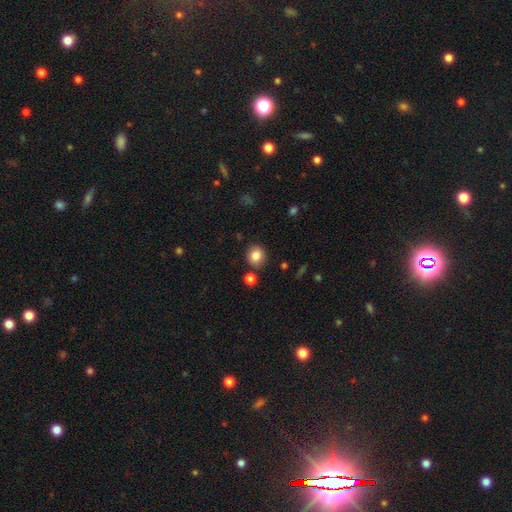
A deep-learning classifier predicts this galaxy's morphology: Smooth or featured?
  - smooth: 84% *
  - star or artifact: 10%
  - featured or disk: 6%
How rounded?
  - round: 82% *
  - in between: 17%
  - cigar-shaped: 1%
Merging?
  - none: 83% *
  - minor disturbance: 9%
  - merger: 5%
  - major disturbance: 2%